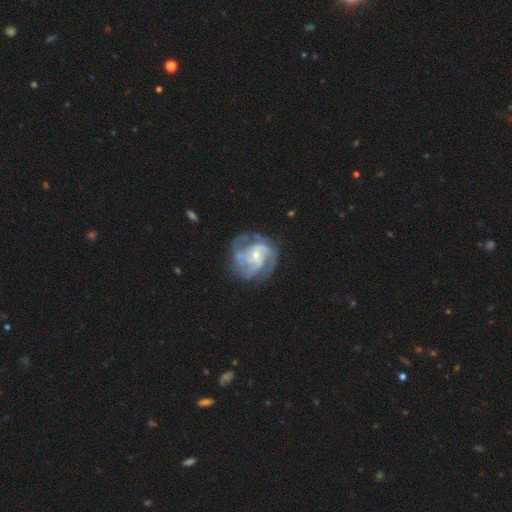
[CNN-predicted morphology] Smooth or featured?
  - featured or disk: 89% *
  - smooth: 6%
  - star or artifact: 5%
Edge-on disk?
  - no: 98% *
  - yes: 2%
Bar?
  - no: 60% *
  - weak: 32%
  - strong: 7%
Spiral arms?
  - yes: 97% *
  - no: 3%
Spiral winding?
  - tight: 47% *
  - medium: 44%
  - loose: 9%
Spiral arm count?
  - 3: 40% *
  - 2: 23%
  - can't tell: 15%
  - 4: 11%
  - 1: 5%
  - more than 4: 5%
Bulge size?
  - small: 65% *
  - moderate: 29%
  - none: 3%
  - large: 2%
  - dominant: 1%
Merging?
  - none: 68% *
  - minor disturbance: 18%
  - major disturbance: 11%
  - merger: 2%